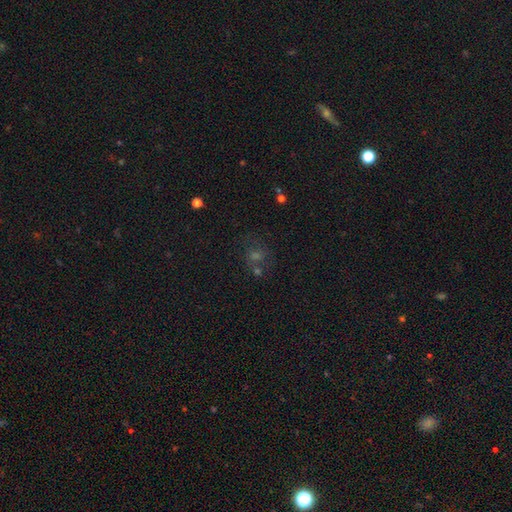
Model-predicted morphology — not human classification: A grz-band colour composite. It shows a star or artifact, not a galaxy (41%).